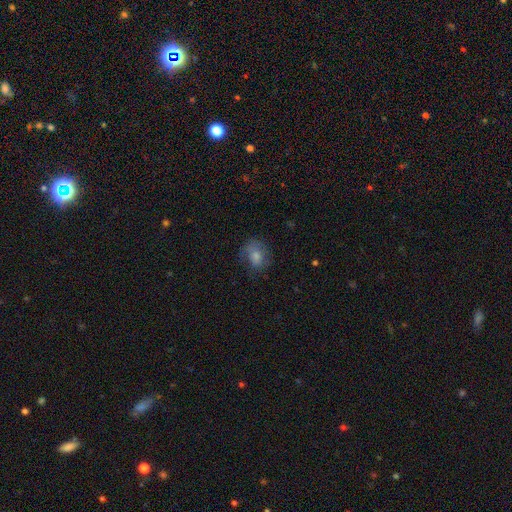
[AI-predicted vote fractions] smooth-or-featured: smooth: 69% | featured or disk: 21% | star or artifact: 9%
  how-rounded: in between: 51% | round: 48% | cigar-shaped: 1%
  merging: none: 61% | minor disturbance: 24% | major disturbance: 14% | merger: 1%